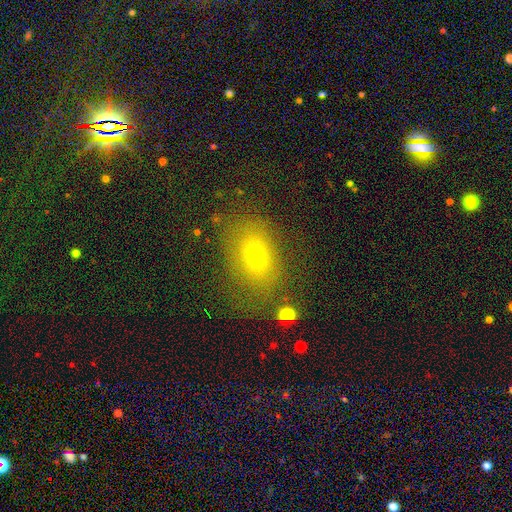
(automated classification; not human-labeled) Smooth or featured? smooth (62%)
How rounded? in between (69%)
Merging? none (69%)